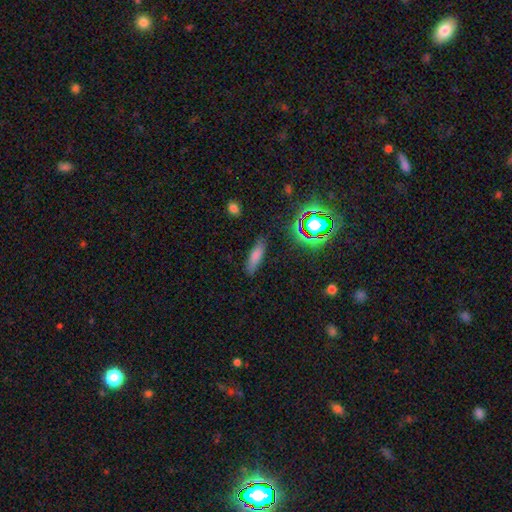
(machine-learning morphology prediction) Overall: smooth (72%). How rounded: cigar-shaped (59%; in between 39%). Merging: none (83%).